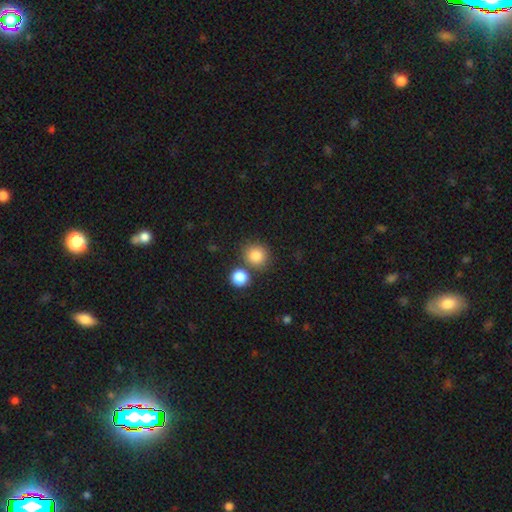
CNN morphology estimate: Overall: smooth (84%). How rounded: round (87%). Merging: none (73%).